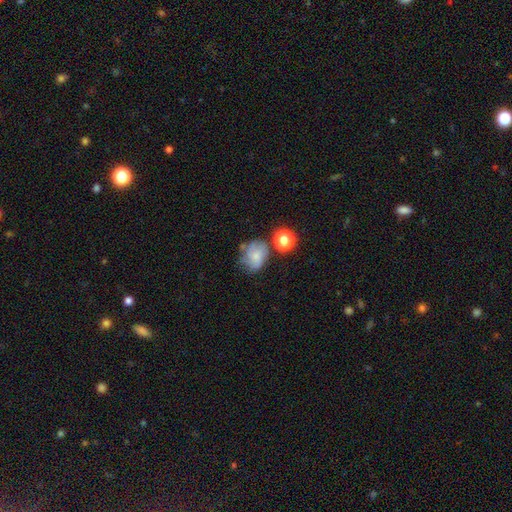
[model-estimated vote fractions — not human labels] Smooth or featured: smooth — 58% (featured or disk — 30%)
How rounded: round — 50% (in between — 49%)
Merging: none — 48% (minor disturbance — 27%)